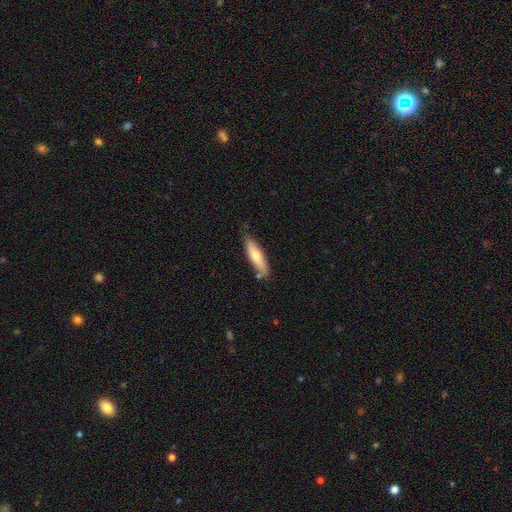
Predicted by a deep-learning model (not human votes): Overall: smooth (67%). How rounded: cigar-shaped (65%; in between 33%). Merging: none (76%).